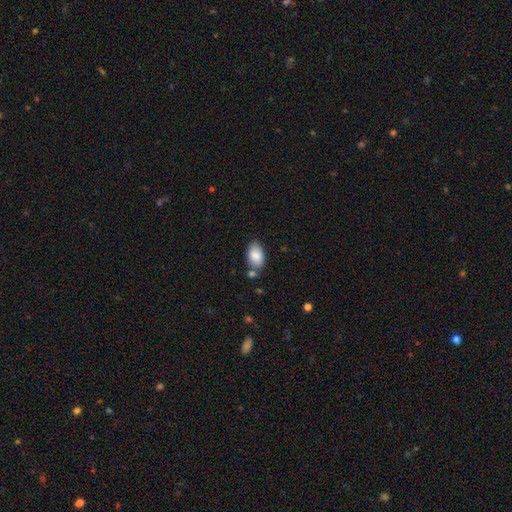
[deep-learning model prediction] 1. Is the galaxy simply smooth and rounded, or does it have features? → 87% smooth, 7% star or artifact, 7% featured or disk.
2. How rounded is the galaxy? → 92% in between, 7% round, 1% cigar-shaped.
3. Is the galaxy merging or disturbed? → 68% none, 17% minor disturbance, 11% merger, 4% major disturbance.